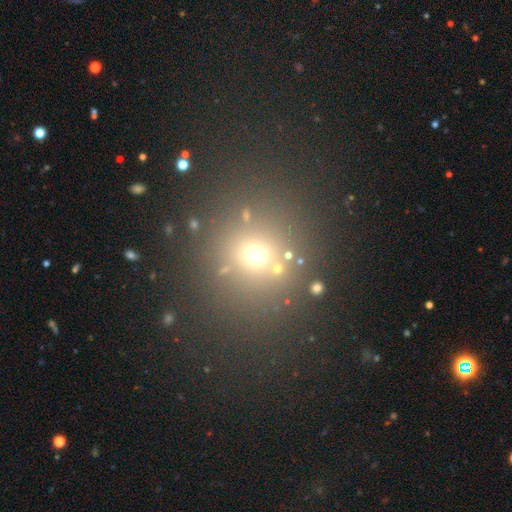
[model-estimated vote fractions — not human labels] Smooth or featured? Predicted: smooth (p=0.58). How rounded? Predicted: round (p=0.87). Merging? Predicted: none (p=0.81).